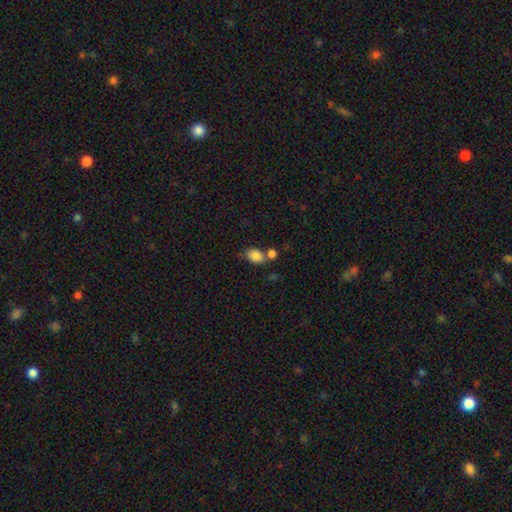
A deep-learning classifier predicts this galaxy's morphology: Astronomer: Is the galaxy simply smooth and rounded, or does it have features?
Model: smooth — 85%.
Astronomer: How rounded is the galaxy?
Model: in between — 77%.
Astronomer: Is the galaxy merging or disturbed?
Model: none — 50% (runner-up: merger, 32%).